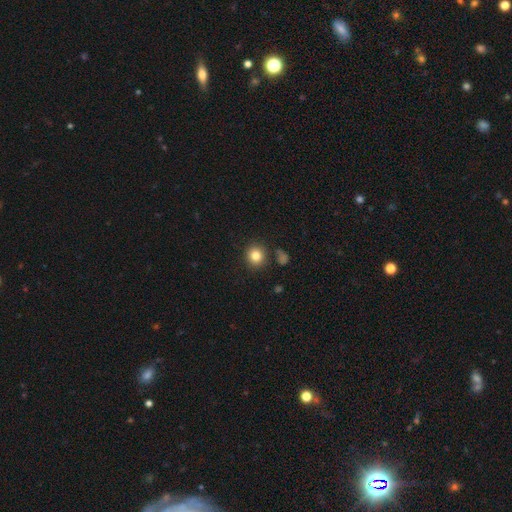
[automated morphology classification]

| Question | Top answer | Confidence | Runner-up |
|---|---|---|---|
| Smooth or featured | smooth | 83% | star or artifact (11%) |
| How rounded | round | 89% | in between (10%) |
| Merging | none | 85% | minor disturbance (8%) |